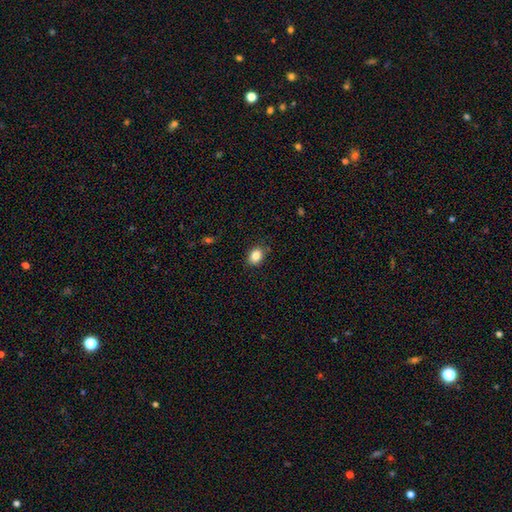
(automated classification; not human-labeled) Morphology: type=smooth (85%); roundness=in between (63%); merging=none (85%).